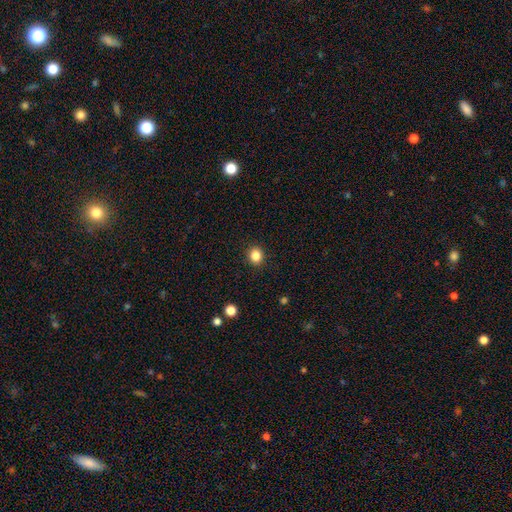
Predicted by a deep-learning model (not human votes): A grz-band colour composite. It shows a smooth galaxy with no disk features (84%) that is round (81%). Merging: none (91%).